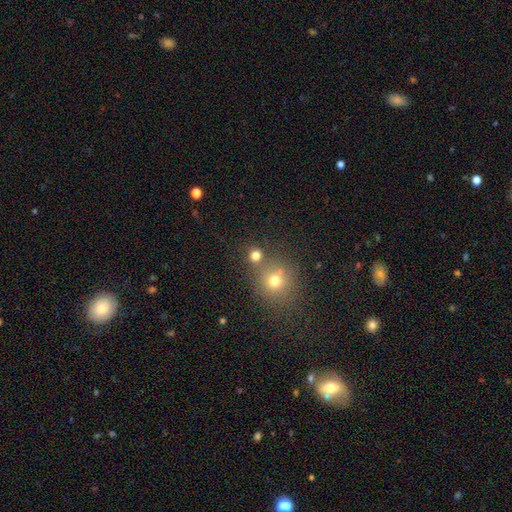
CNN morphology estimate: Smooth or featured?
  - smooth: 75% *
  - star or artifact: 17%
  - featured or disk: 8%
How rounded?
  - round: 89% *
  - in between: 10%
  - cigar-shaped: 1%
Merging?
  - none: 66% *
  - merger: 23%
  - minor disturbance: 7%
  - major disturbance: 4%